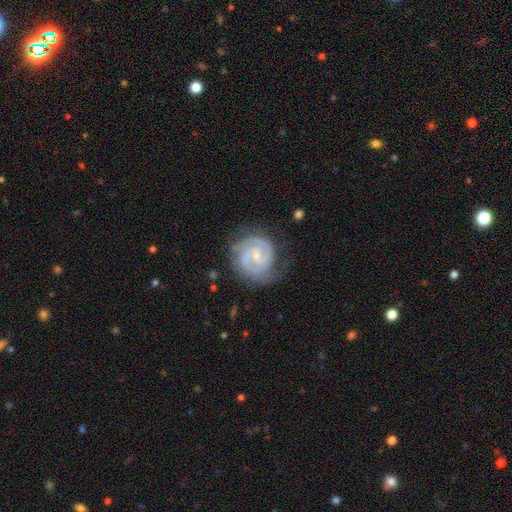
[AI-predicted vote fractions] This appears to be a featured or disk galaxy (90%) with a weak bar (44%), 2 (78%) tight (71%) spiral arms (98%) and a small central bulge (71%). Merging: none (74%).